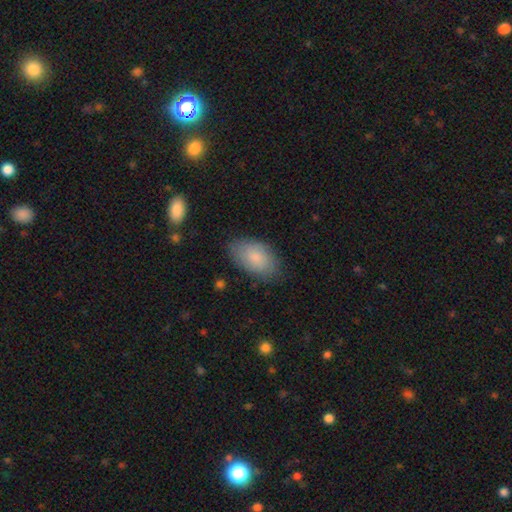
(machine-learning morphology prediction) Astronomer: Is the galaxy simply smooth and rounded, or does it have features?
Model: smooth — 83%.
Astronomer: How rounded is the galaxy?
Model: in between — 94%.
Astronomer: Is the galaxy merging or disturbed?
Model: none — 80%.